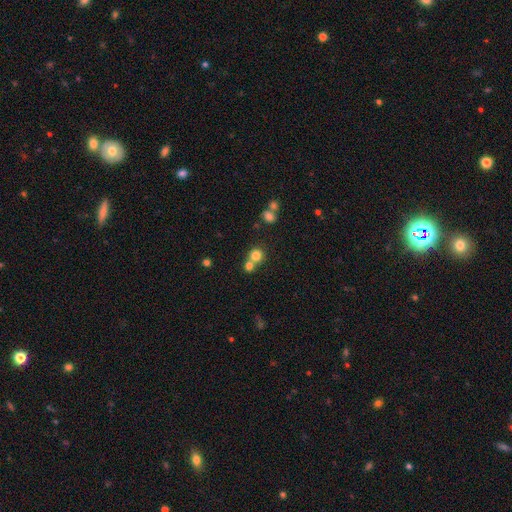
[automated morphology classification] type=smooth (77%); roundness=round (88%); merging=none (50%).